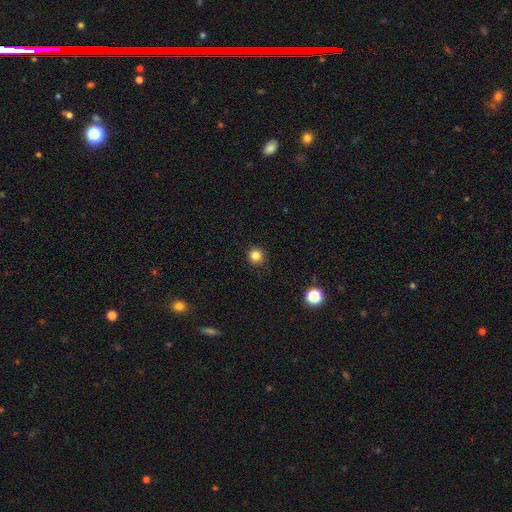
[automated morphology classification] The model was most divided on "smooth or featured": smooth: 83%, star or artifact: 13%, featured or disk: 4%. More confident: how rounded — round (94%); merging — none (92%).